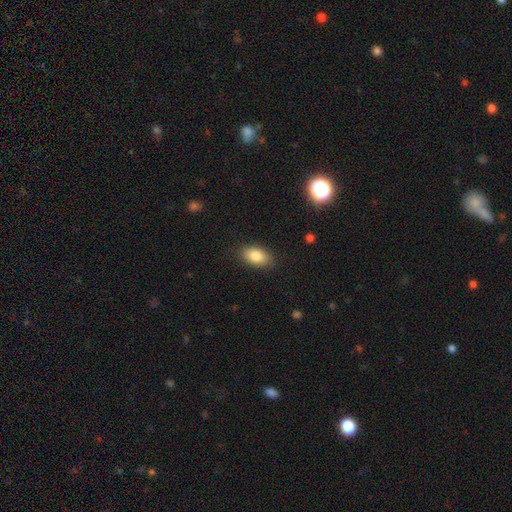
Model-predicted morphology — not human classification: Smooth or featured? Predicted: smooth (p=0.85). How rounded? Predicted: in between (p=0.91). Merging? Predicted: none (p=0.85).